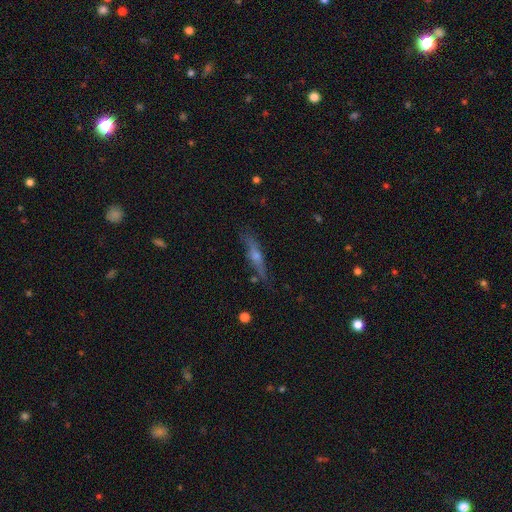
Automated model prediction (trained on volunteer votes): Morphology: type=featured or disk (65%); edge-on=yes (92%); edge-on bulge=rounded (86%); merging=none (80%).